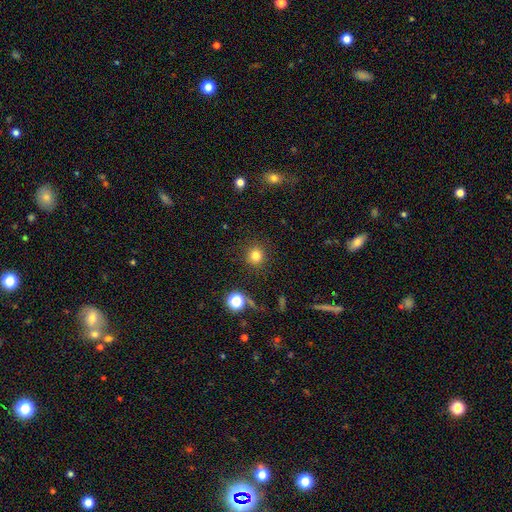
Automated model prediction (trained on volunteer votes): This appears to be a smooth galaxy with no disk features (80%) that is round (93%). Merging: none (89%).